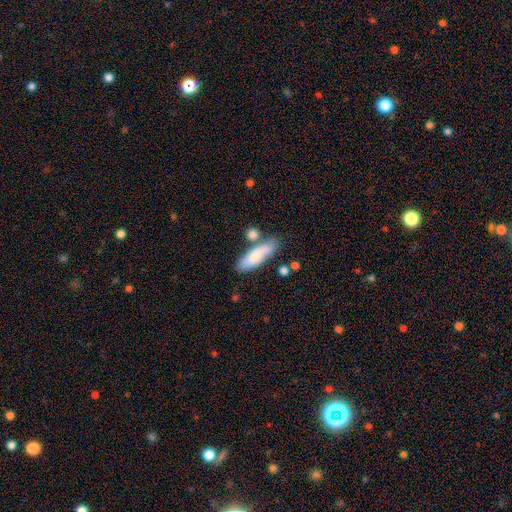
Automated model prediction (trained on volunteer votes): smooth 75%, featured or disk 19%, star or artifact 6%. Down the decision tree: how rounded — in between (52%); merging — none (64%).